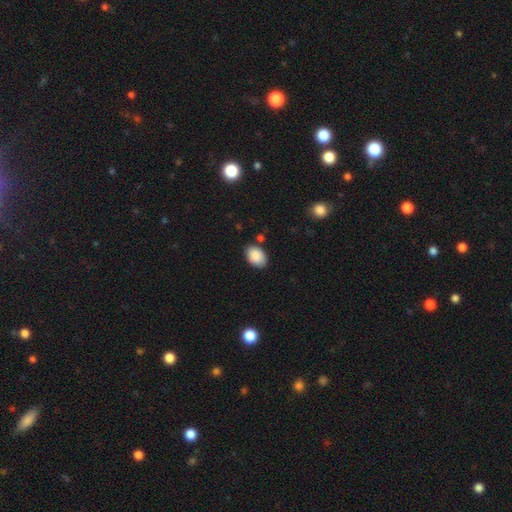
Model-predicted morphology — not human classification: A smooth galaxy with no disk features (87%) that is in between round and cigar-shaped (86%). Merging: none (80%).